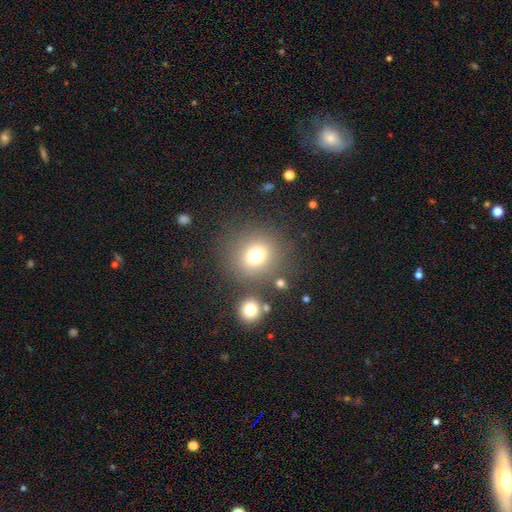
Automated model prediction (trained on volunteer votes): Smooth or featured? Predicted: smooth (p=0.72). How rounded? Predicted: round (p=0.85). Merging? Predicted: none (p=0.75).